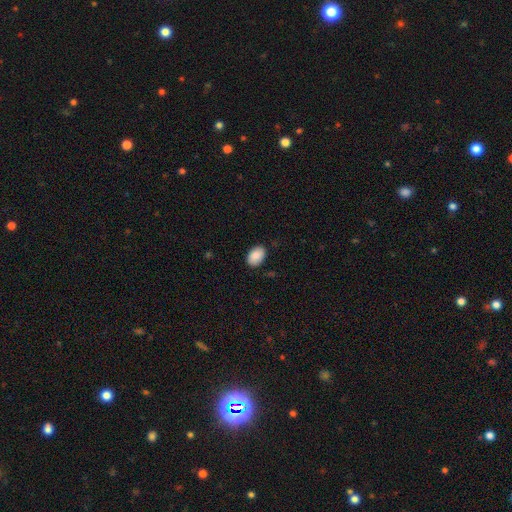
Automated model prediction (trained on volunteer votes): Smooth or featured: smooth — 90% (star or artifact — 6%)
How rounded: in between — 86% (round — 13%)
Merging: none — 87% (minor disturbance — 10%)